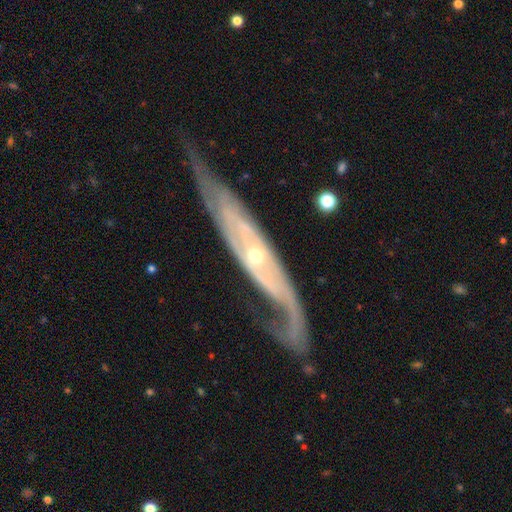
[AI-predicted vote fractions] Smooth or featured: featured or disk — 87% (smooth — 7%)
Edge-on disk: no — 71% (yes — 29%)
Bar: no — 59% (weak — 27%)
Spiral arms: yes — 93% (no — 7%)
Spiral winding: tight — 40% (tied with medium — 40%)
Spiral arm count: 2 — 66% (can't tell — 19%)
Bulge size: small — 68% (moderate — 28%)
Merging: none — 61% (minor disturbance — 21%)